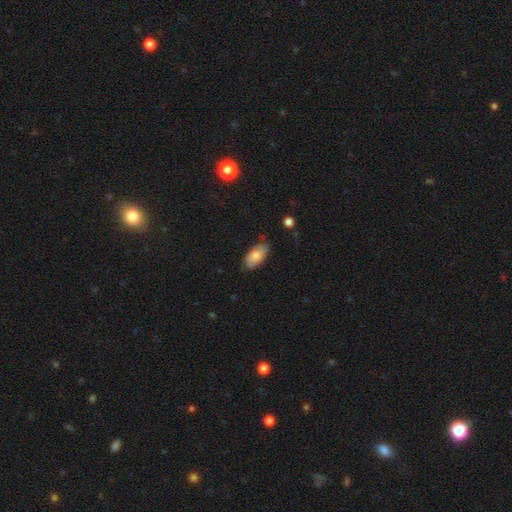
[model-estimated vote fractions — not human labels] Morphology: type=smooth (67%); roundness=in between (93%); merging=none (67%).